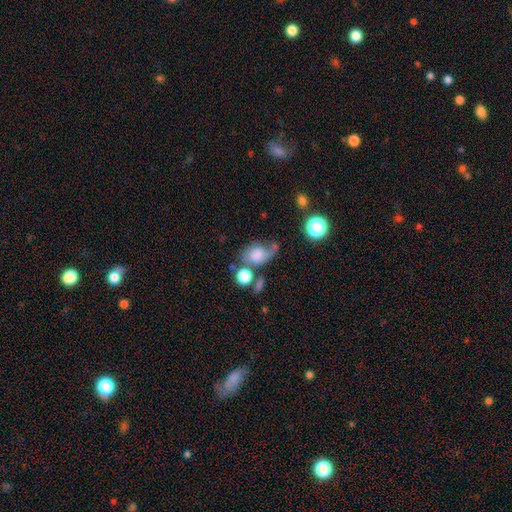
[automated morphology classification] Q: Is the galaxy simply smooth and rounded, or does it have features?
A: smooth — 63%.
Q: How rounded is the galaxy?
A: in between — 70%.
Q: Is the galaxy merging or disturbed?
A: none — 31%.